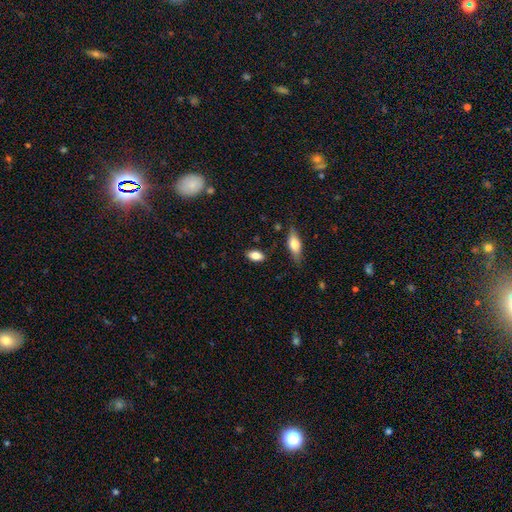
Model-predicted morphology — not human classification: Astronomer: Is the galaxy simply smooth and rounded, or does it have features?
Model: smooth — 82%.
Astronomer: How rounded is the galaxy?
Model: in between — 87%.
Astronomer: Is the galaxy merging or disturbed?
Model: none — 83%.